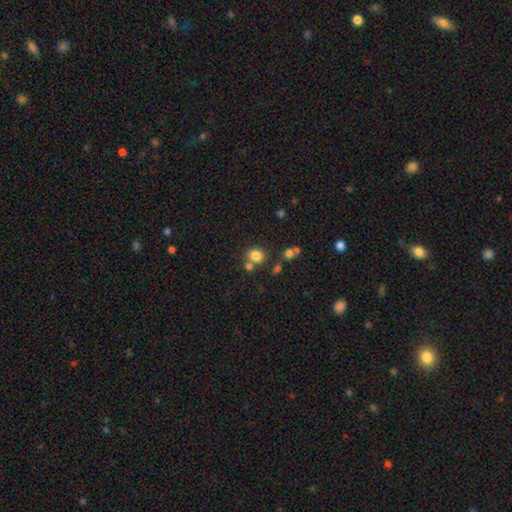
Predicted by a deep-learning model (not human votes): Smooth or featured?
  - smooth: 81% *
  - star or artifact: 12%
  - featured or disk: 6%
How rounded?
  - round: 65% *
  - in between: 34%
  - cigar-shaped: 1%
Merging?
  - none: 66% *
  - merger: 20%
  - minor disturbance: 11%
  - major disturbance: 4%